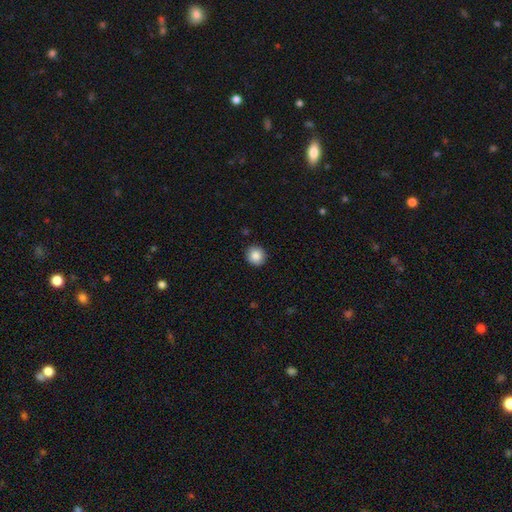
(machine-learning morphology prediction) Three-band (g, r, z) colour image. It shows a smooth galaxy with no disk features (87%) that is round (89%). Merging: none (90%).